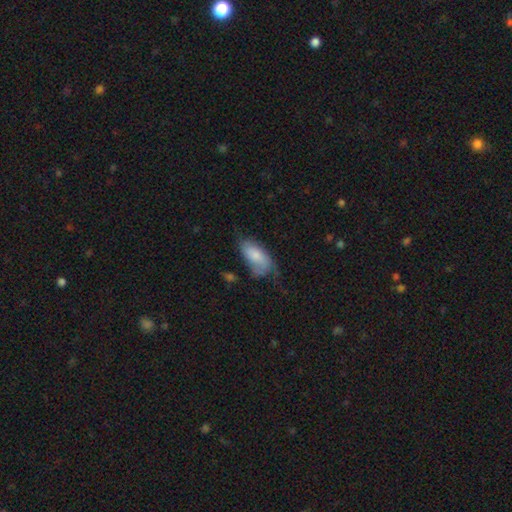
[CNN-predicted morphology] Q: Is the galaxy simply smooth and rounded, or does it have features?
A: smooth — 73%.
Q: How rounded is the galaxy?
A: in between — 90%.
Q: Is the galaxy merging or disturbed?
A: none — 41%.